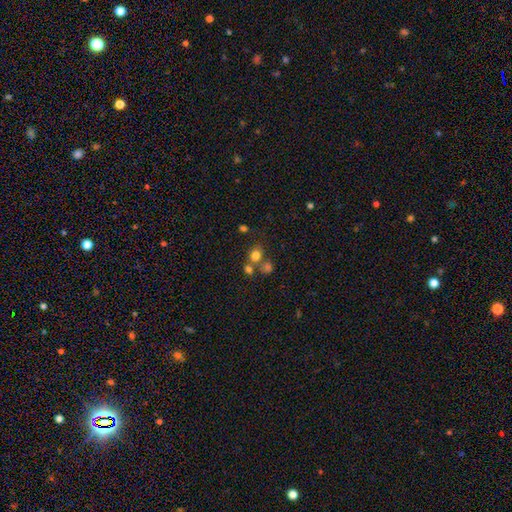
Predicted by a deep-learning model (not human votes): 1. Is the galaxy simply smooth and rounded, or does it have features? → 75% smooth, 16% star or artifact, 9% featured or disk.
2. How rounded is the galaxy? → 68% round, 31% in between, 1% cigar-shaped.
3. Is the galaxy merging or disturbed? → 55% none, 30% merger, 10% minor disturbance, 5% major disturbance.